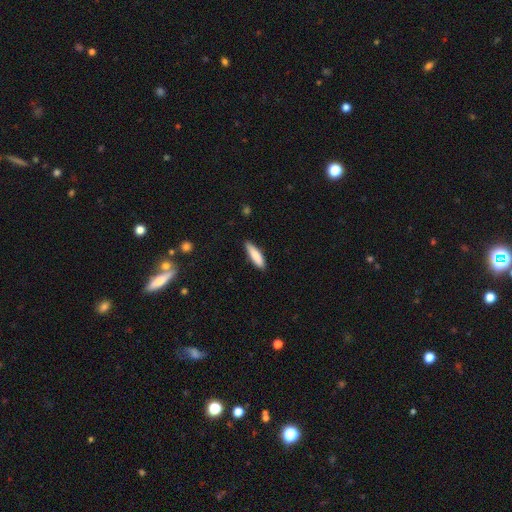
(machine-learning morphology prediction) Smooth or featured: smooth — 84% (featured or disk — 10%)
How rounded: cigar-shaped — 66% (in between — 33%)
Merging: none — 82% (minor disturbance — 14%)